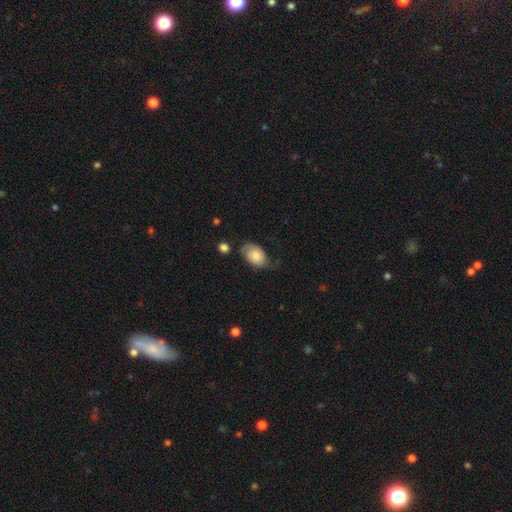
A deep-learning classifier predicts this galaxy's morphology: Q: Smooth or featured?
A: smooth (54%); runner-up: featured or disk (38%)
Q: How rounded?
A: in between (83%); runner-up: round (16%)
Q: Merging?
A: none (43%); runner-up: minor disturbance (34%)